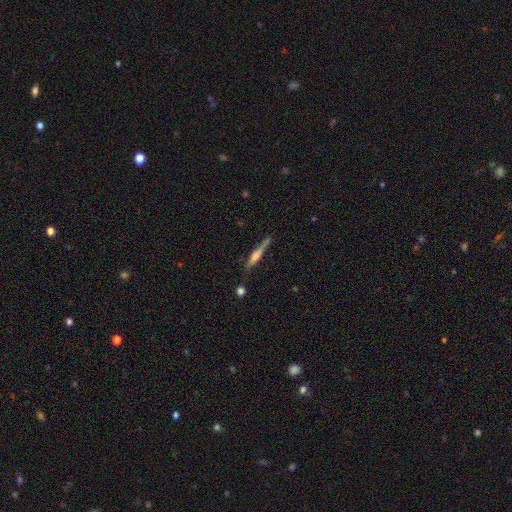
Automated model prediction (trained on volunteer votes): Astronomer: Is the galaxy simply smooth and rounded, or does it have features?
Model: featured or disk — 66%.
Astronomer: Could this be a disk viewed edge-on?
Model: yes — 97%.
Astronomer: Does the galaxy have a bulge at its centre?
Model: rounded — 60%.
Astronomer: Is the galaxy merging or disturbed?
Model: none — 79%.